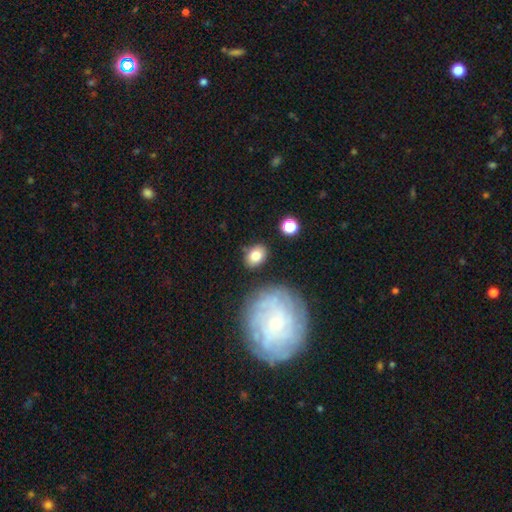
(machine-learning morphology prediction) smooth-or-featured: smooth: 79% | featured or disk: 13% | star or artifact: 8%
  how-rounded: in between: 67% | round: 32% | cigar-shaped: 1%
  merging: none: 80% | minor disturbance: 12% | major disturbance: 4% | merger: 4%